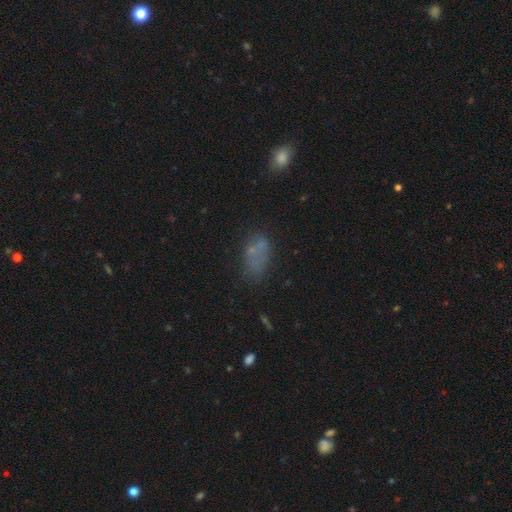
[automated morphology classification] The model was most divided on "merging": none: 49%, minor disturbance: 21%, major disturbance: 15%, merger: 14%. More confident: how rounded — in between (85%); smooth or featured — smooth (59%).